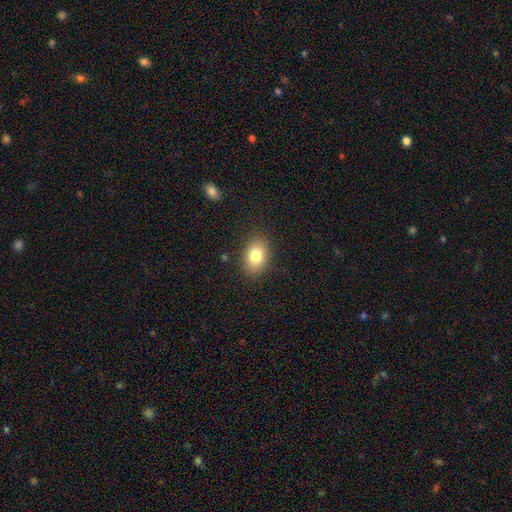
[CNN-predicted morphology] type=smooth (81%); roundness=in between (79%); merging=none (86%).